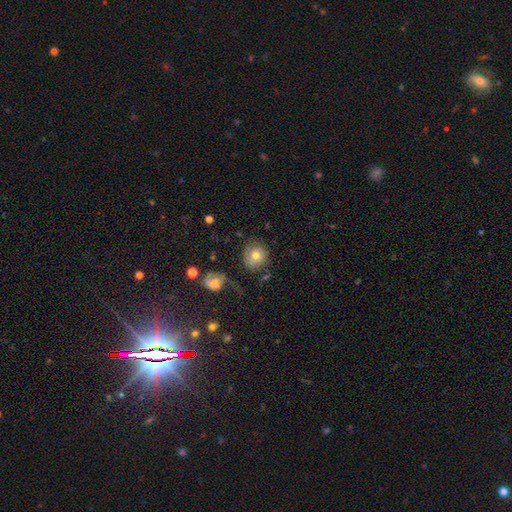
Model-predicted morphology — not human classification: Overall: smooth (71%). How rounded: round (86%). Merging: none (65%).